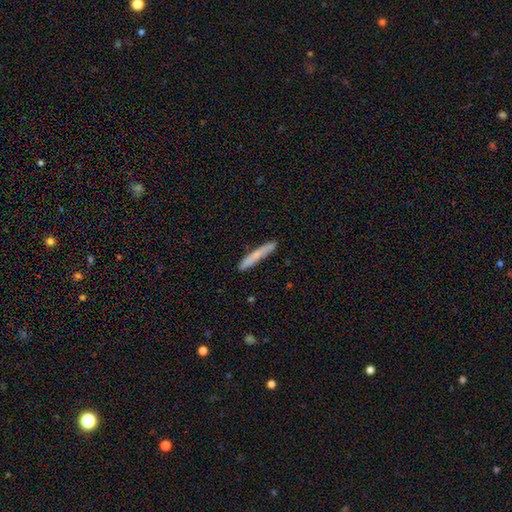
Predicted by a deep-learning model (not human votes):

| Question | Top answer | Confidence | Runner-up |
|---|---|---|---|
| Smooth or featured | smooth | 73% | featured or disk (21%) |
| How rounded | cigar-shaped | 96% | in between (3%) |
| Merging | none | 86% | minor disturbance (10%) |